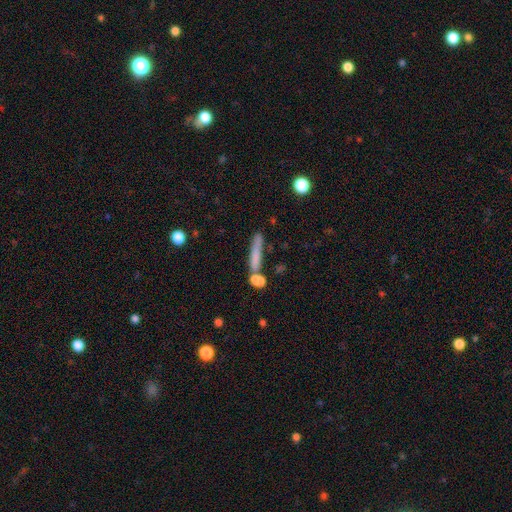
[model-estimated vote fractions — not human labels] Smooth or featured?
  - smooth: 66% *
  - featured or disk: 24%
  - star or artifact: 10%
How rounded?
  - cigar-shaped: 86% *
  - in between: 10%
  - round: 4%
Merging?
  - none: 55% *
  - merger: 24%
  - minor disturbance: 15%
  - major disturbance: 7%